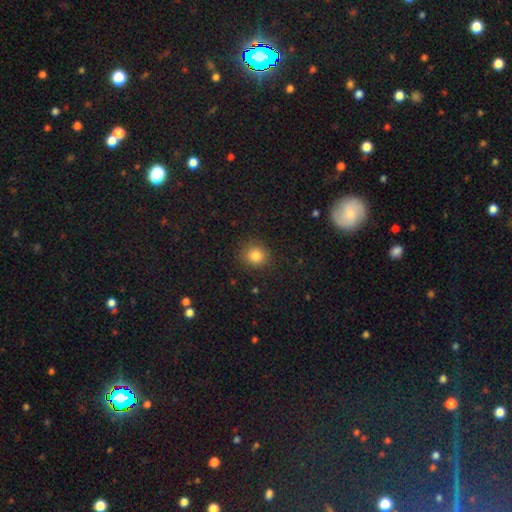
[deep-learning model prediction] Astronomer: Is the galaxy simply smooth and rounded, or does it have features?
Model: smooth — 83%.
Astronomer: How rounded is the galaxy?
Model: round — 86%.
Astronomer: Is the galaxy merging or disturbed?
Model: none — 87%.